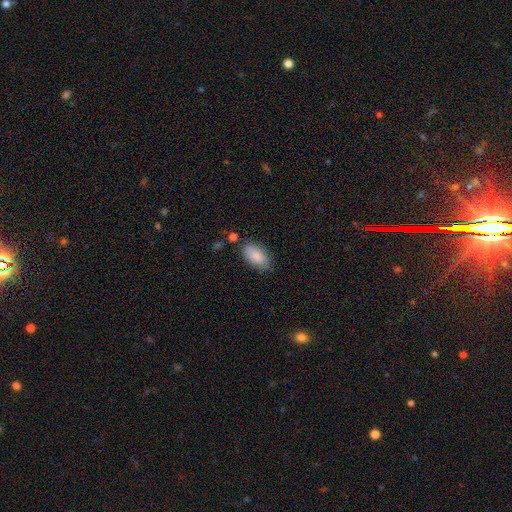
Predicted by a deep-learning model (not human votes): smooth-or-featured: smooth: 85% | featured or disk: 8% | star or artifact: 6%
  how-rounded: in between: 93% | round: 3% | cigar-shaped: 3%
  merging: none: 74% | minor disturbance: 18% | major disturbance: 4% | merger: 4%